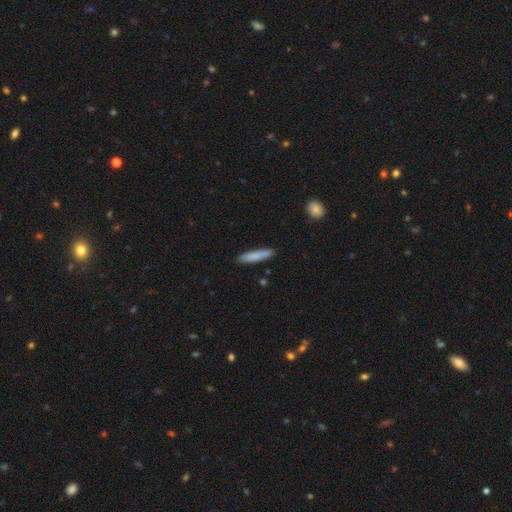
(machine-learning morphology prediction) Smooth or featured? smooth (82%)
How rounded? cigar-shaped (91%)
Merging? none (89%)